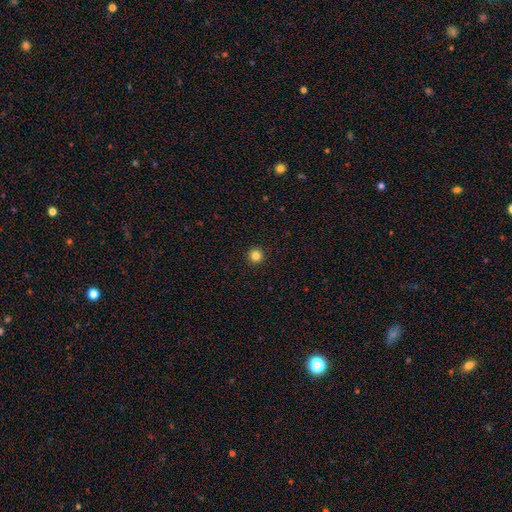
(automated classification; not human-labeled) Smooth or featured?
  - smooth: 84% *
  - star or artifact: 12%
  - featured or disk: 4%
How rounded?
  - round: 96% *
  - in between: 3%
  - cigar-shaped: 1%
Merging?
  - none: 94% *
  - minor disturbance: 4%
  - major disturbance: 1%
  - merger: 1%